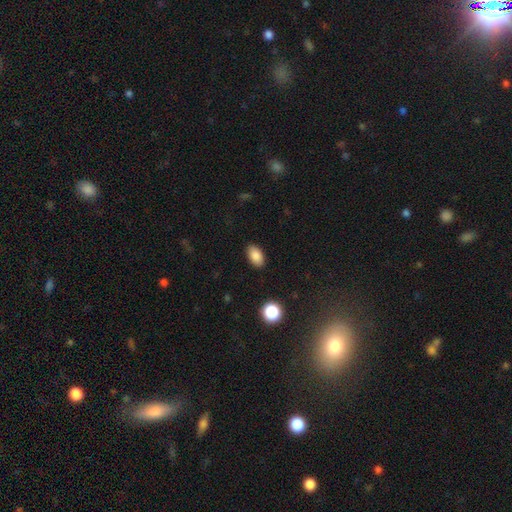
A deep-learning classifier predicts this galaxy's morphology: A smooth galaxy with no disk features (87%) that is in between round and cigar-shaped (91%).

Vote fractions:
- Smooth or featured? smooth: 87% / star or artifact: 8% / featured or disk: 5%
- How rounded? in between: 91% / round: 8% / cigar-shaped: 1%
- Merging? none: 88% / minor disturbance: 8% / major disturbance: 2% / merger: 1%